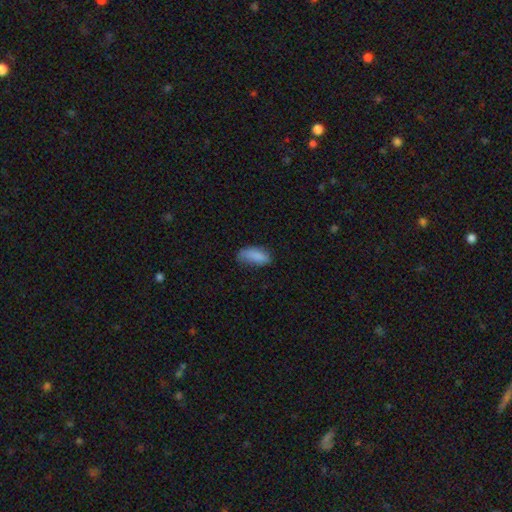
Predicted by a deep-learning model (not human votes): Q: Smooth or featured?
A: smooth (84%); runner-up: featured or disk (9%)
Q: How rounded?
A: in between (87%); runner-up: cigar-shaped (11%)
Q: Merging?
A: none (57%); runner-up: minor disturbance (33%)